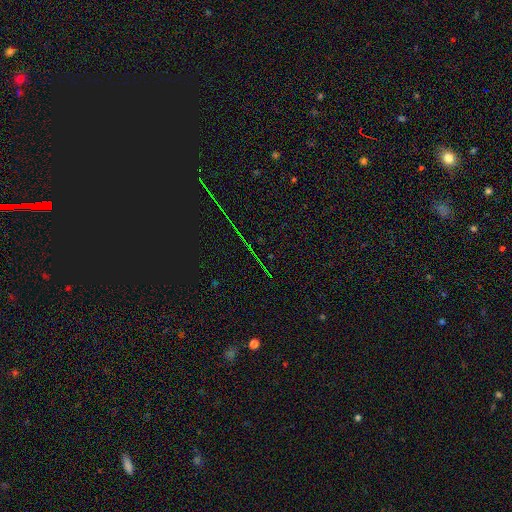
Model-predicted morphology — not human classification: type=star or artifact (82%).